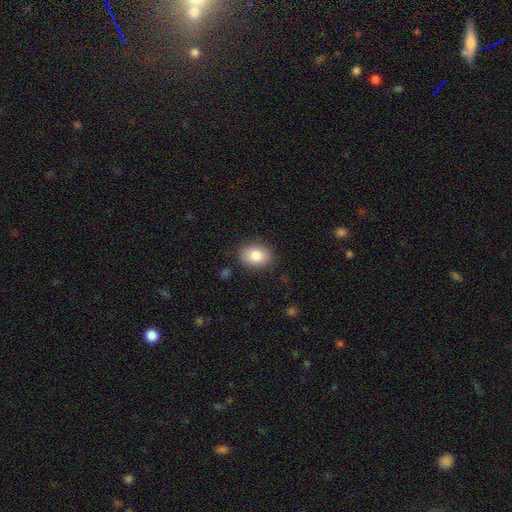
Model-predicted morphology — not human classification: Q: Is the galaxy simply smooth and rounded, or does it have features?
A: smooth — 86%.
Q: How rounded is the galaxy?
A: in between — 64%.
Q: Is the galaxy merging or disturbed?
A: none — 85%.